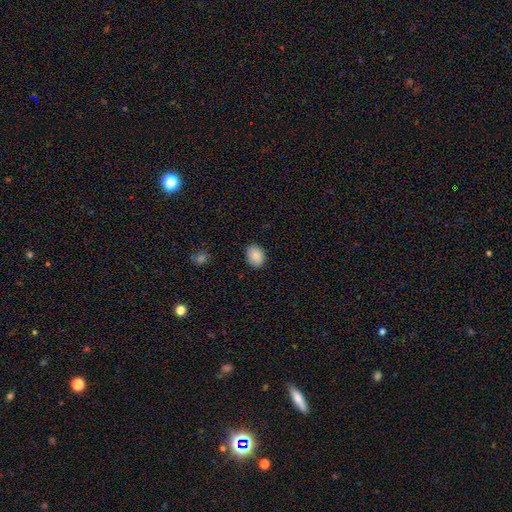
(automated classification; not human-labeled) smooth-or-featured: smooth: 89% | star or artifact: 8% | featured or disk: 3%
  how-rounded: in between: 64% | round: 35% | cigar-shaped: 1%
  merging: none: 88% | minor disturbance: 9% | major disturbance: 2% | merger: 1%